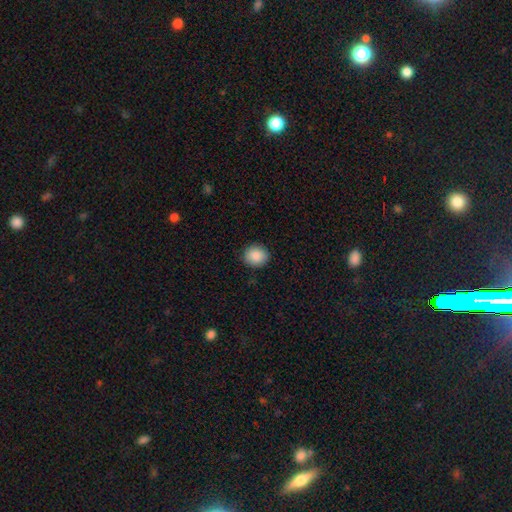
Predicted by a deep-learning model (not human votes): This appears to be a smooth galaxy with no disk features (89%) that is round (78%). Merging: none (90%).